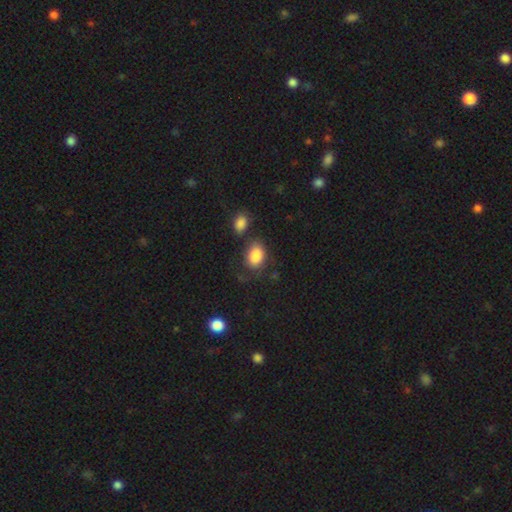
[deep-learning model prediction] Overall: smooth (86%). How rounded: in between (79%). Merging: none (63%).